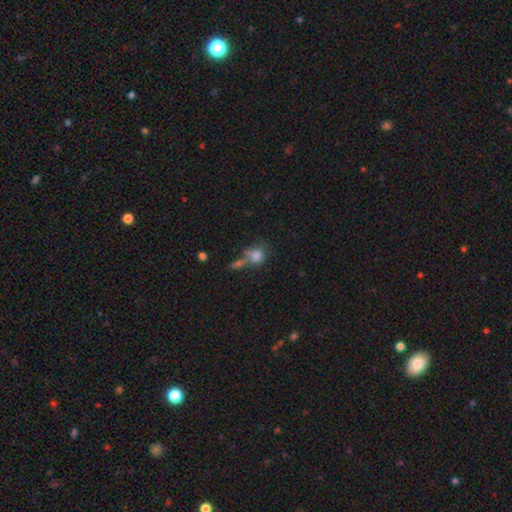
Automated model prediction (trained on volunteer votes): A smooth galaxy with no disk features (77%) that is round (64%).

Vote fractions:
- Smooth or featured? smooth: 77% / featured or disk: 12% / star or artifact: 11%
- How rounded? round: 64% / in between: 33% / cigar-shaped: 3%
- Merging? none: 37% / merger: 36% / minor disturbance: 15% / major disturbance: 12%